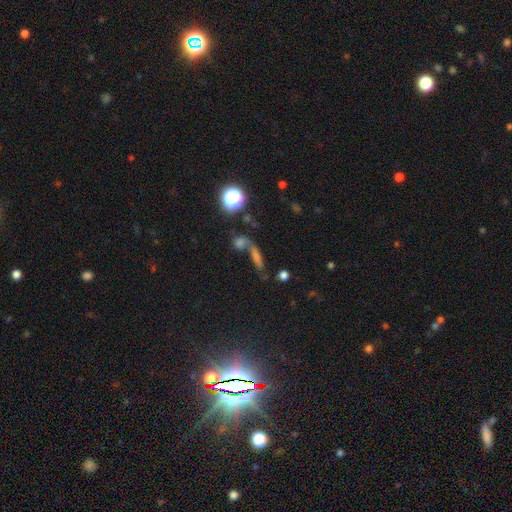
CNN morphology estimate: smooth_or_featured: smooth (p=0.47) [alt: star or artifact p=0.32]
merging: none (p=0.43) [alt: merger p=0.36]